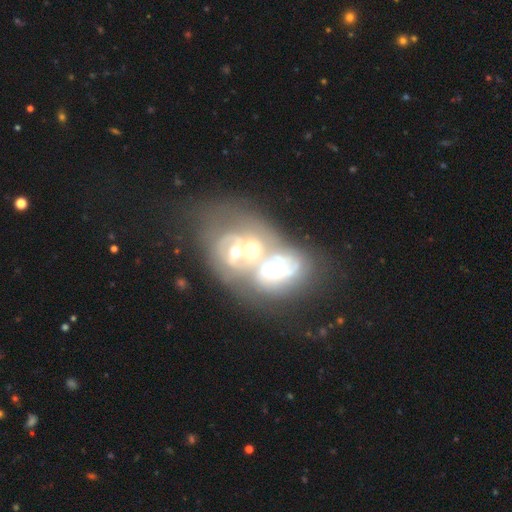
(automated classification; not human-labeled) Smooth or featured?
  - featured or disk: 69% *
  - smooth: 21%
  - star or artifact: 10%
Edge-on disk?
  - no: 96% *
  - yes: 4%
Bar?
  - no: 72% *
  - weak: 20%
  - strong: 8%
Spiral arms?
  - yes: 62% *
  - no: 38%
Bulge size?
  - moderate: 58% *
  - small: 26%
  - large: 9%
  - none: 5%
  - dominant: 3%
Merging?
  - merger: 83% *
  - none: 8%
  - major disturbance: 5%
  - minor disturbance: 4%